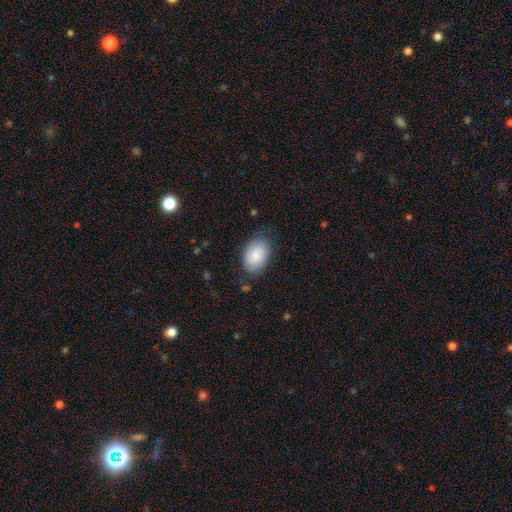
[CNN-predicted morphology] Smooth or featured? smooth (80%)
How rounded? in between (87%)
Merging? none (75%)